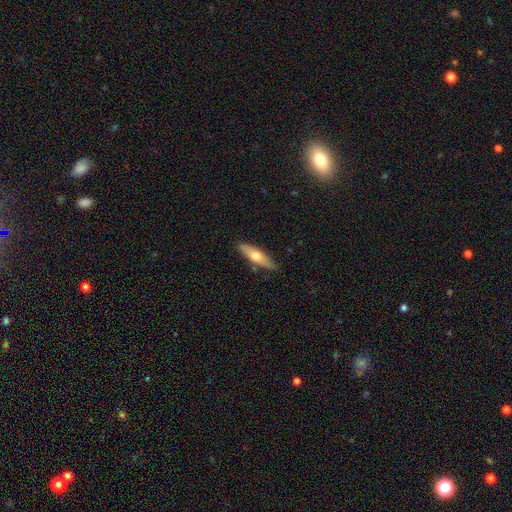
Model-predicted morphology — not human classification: Smooth or featured?
  - smooth: 57% *
  - featured or disk: 37%
  - star or artifact: 6%
How rounded?
  - cigar-shaped: 65% *
  - in between: 33%
  - round: 2%
Merging?
  - none: 83% *
  - minor disturbance: 12%
  - merger: 2%
  - major disturbance: 2%